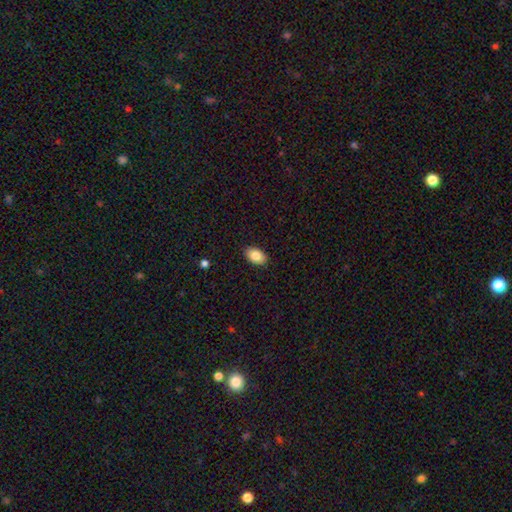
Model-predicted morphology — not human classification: Smooth or featured: smooth — 85% (featured or disk — 8%)
How rounded: in between — 91% (round — 8%)
Merging: none — 89% (minor disturbance — 8%)